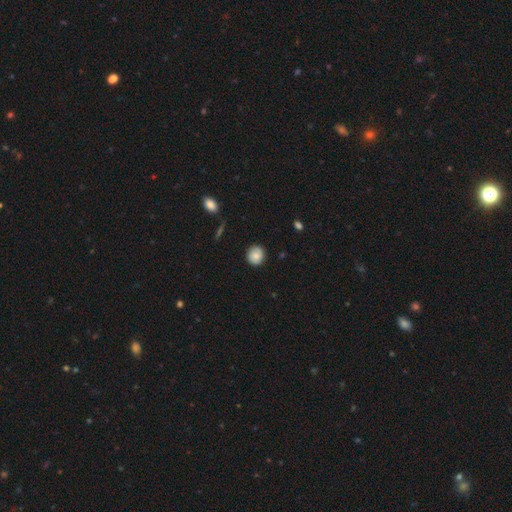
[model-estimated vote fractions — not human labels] Overall: smooth (76%). How rounded: round (87%). Merging: none (85%).